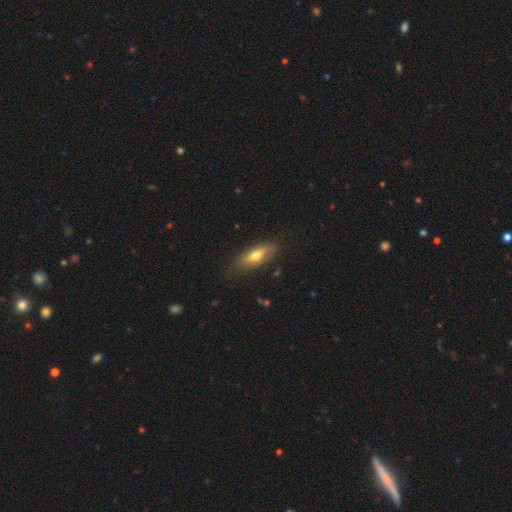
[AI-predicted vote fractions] Morphology: type=smooth (62%); roundness=in between (61%); merging=none (80%).